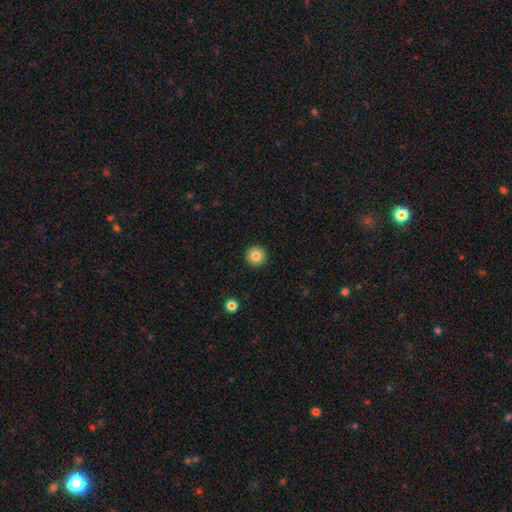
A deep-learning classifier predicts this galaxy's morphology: Smooth or featured? Predicted: smooth (p=0.83). How rounded? Predicted: round (p=0.96). Merging? Predicted: none (p=0.93).